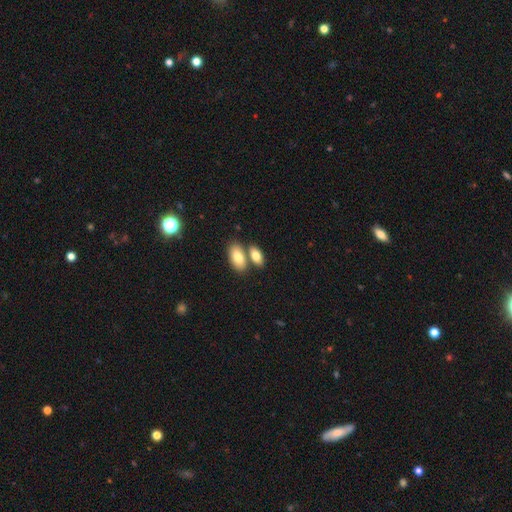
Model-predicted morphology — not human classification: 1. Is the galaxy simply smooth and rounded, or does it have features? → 80% smooth, 14% featured or disk, 6% star or artifact.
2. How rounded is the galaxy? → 90% in between, 5% cigar-shaped, 5% round.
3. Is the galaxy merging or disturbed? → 48% none, 41% merger, 9% minor disturbance, 3% major disturbance.